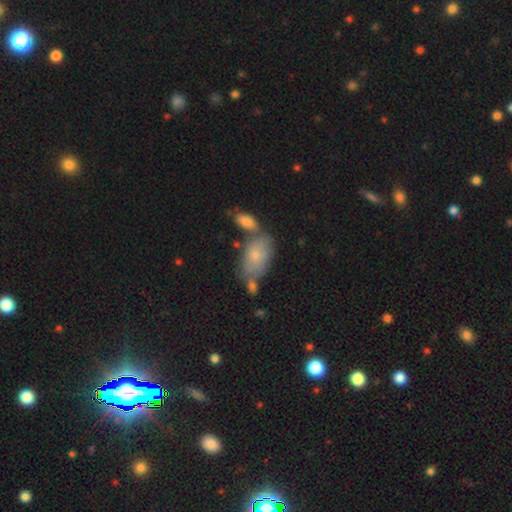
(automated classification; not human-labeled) Smooth or featured?
  - smooth: 66% *
  - featured or disk: 27%
  - star or artifact: 7%
How rounded?
  - in between: 91% *
  - round: 7%
  - cigar-shaped: 2%
Merging?
  - none: 47% *
  - merger: 27%
  - minor disturbance: 20%
  - major disturbance: 6%